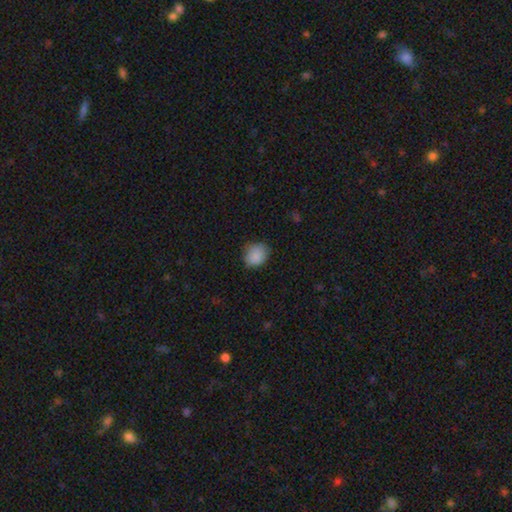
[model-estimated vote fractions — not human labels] smooth-or-featured: smooth: 88% | star or artifact: 8% | featured or disk: 4%
  how-rounded: round: 60% | in between: 39% | cigar-shaped: 1%
  merging: none: 76% | minor disturbance: 20% | major disturbance: 4% | merger: 1%